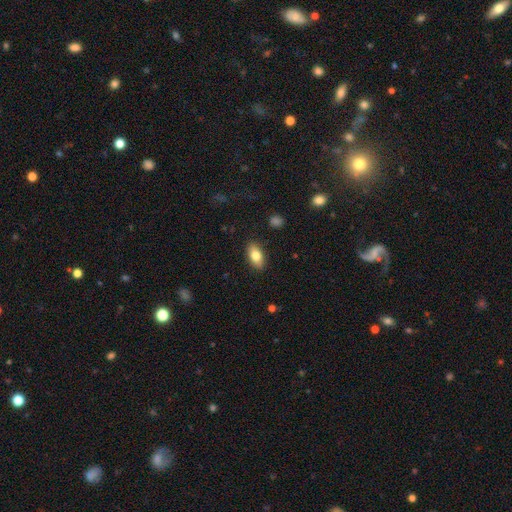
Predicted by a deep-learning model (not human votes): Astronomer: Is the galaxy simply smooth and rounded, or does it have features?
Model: smooth — 78%.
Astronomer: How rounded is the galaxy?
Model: in between — 89%.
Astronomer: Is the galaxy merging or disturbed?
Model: none — 88%.